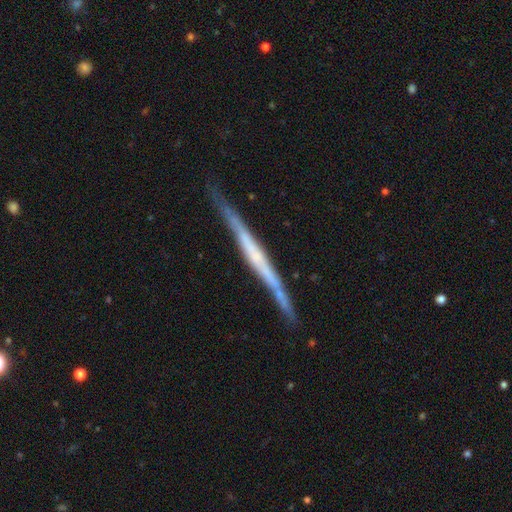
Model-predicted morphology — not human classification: The model was most divided on "edge-on bulge": none: 61%, rounded: 21%, boxy: 17%. More confident: edge-on disk — yes (97%); merging — none (84%); smooth or featured — featured or disk (74%).